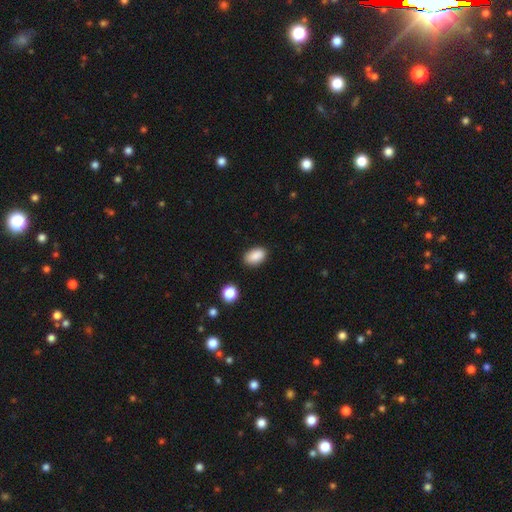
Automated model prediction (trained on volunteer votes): Q: Smooth or featured?
A: smooth (89%); runner-up: star or artifact (8%)
Q: How rounded?
A: in between (90%); runner-up: round (8%)
Q: Merging?
A: none (85%); runner-up: minor disturbance (11%)